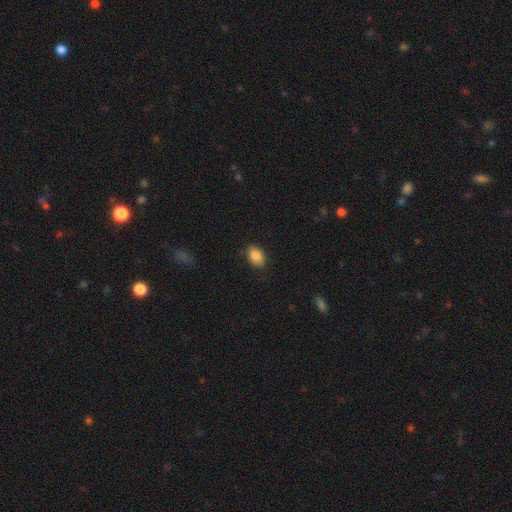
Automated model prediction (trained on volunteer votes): This appears to be a smooth galaxy with no disk features (87%) that is in between round and cigar-shaped (84%). Merging: none (83%).